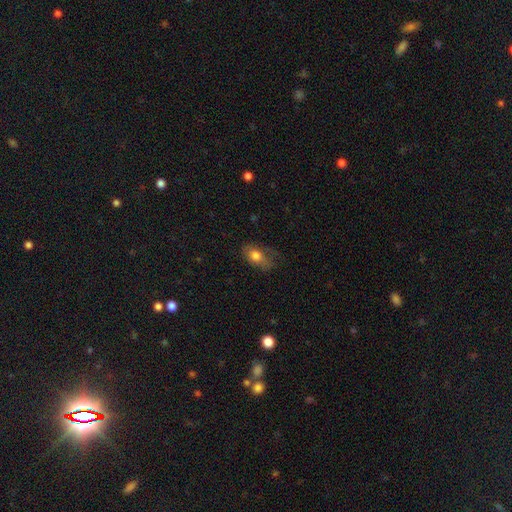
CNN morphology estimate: Smooth or featured?
  - smooth: 72% *
  - featured or disk: 20%
  - star or artifact: 8%
How rounded?
  - in between: 85% *
  - round: 11%
  - cigar-shaped: 4%
Merging?
  - none: 48% *
  - minor disturbance: 29%
  - major disturbance: 21%
  - merger: 2%